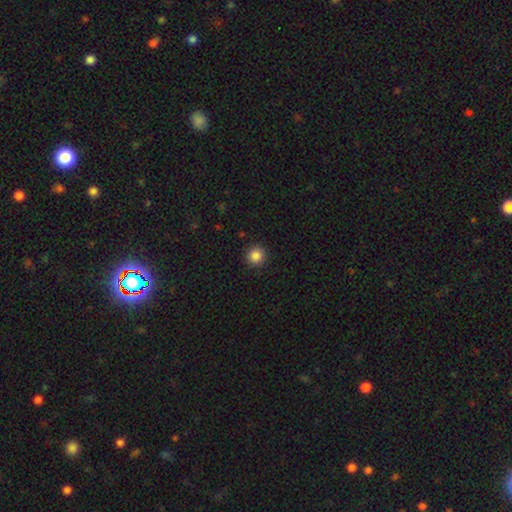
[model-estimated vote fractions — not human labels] smooth-or-featured: smooth: 86% | star or artifact: 10% | featured or disk: 3%
  how-rounded: round: 94% | in between: 5% | cigar-shaped: 1%
  merging: none: 92% | minor disturbance: 5% | major disturbance: 2% | merger: 1%